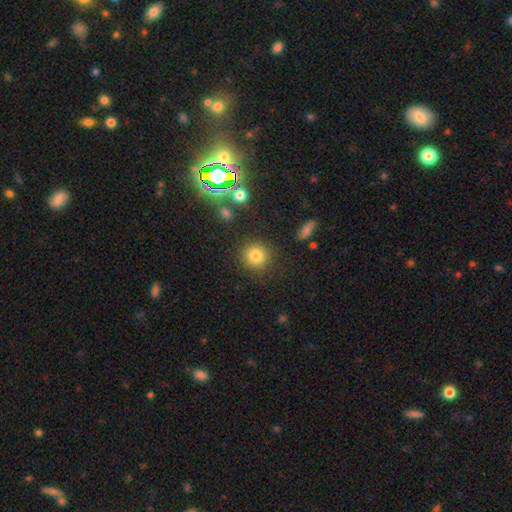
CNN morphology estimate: Smooth or featured: smooth — 79% (star or artifact — 14%)
How rounded: round — 92% (in between — 7%)
Merging: none — 87% (minor disturbance — 7%)